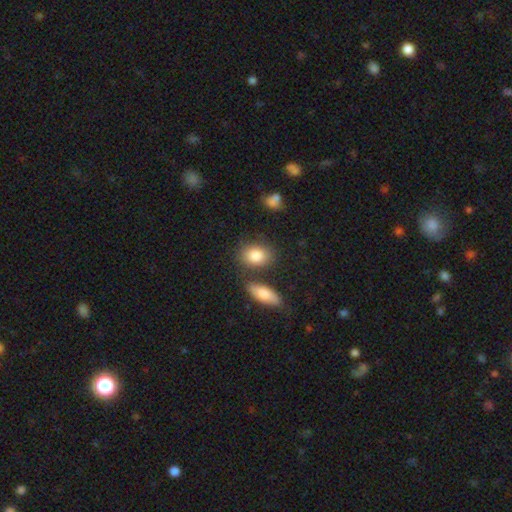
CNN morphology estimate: Overall: smooth (84%). How rounded: in between (70%). Merging: none (71%).